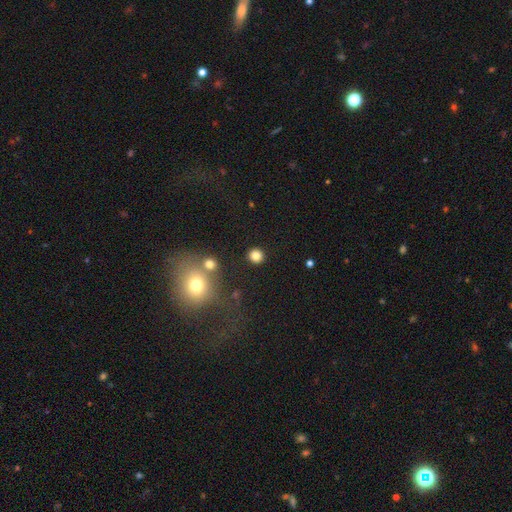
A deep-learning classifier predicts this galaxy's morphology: smooth_or_featured: smooth (p=0.82) [alt: star or artifact p=0.12]
how_rounded: round (p=0.91) [alt: in between p=0.08]
merging: none (p=0.89) [alt: minor disturbance p=0.06]